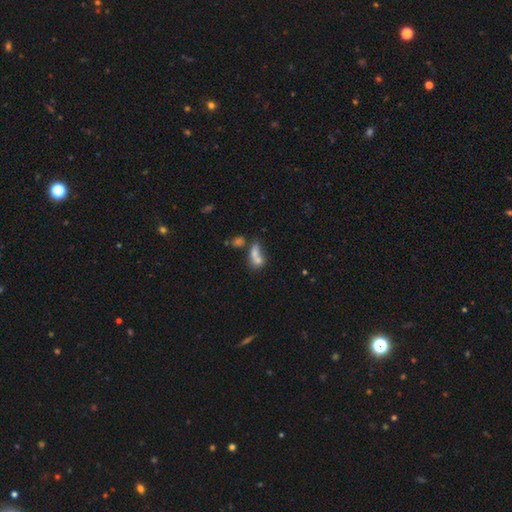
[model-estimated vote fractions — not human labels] Smooth or featured? Predicted: smooth (p=0.70). How rounded? Predicted: in between (p=0.66). Merging? Predicted: merger (p=0.60).